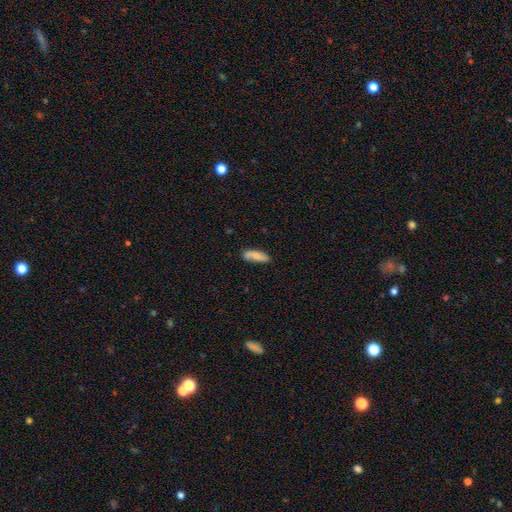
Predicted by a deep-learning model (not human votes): A smooth galaxy with no disk features (70%) that is in between round and cigar-shaped (63%).

Vote fractions:
- Smooth or featured? smooth: 70% / featured or disk: 23% / star or artifact: 6%
- How rounded? in between: 63% / cigar-shaped: 35% / round: 2%
- Merging? none: 66% / minor disturbance: 24% / major disturbance: 6% / merger: 4%